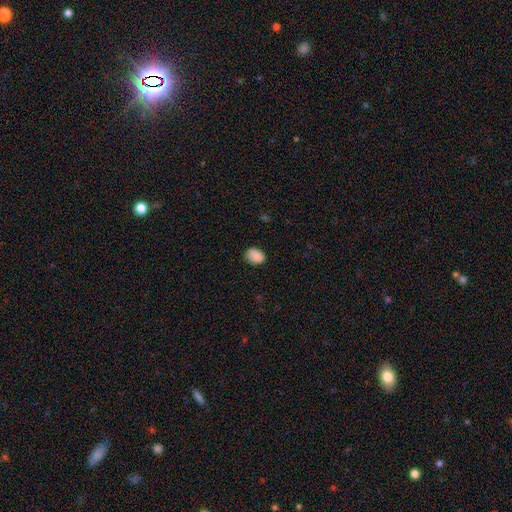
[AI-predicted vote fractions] The model was most divided on "how rounded": in between: 72%, round: 27%, cigar-shaped: 1%. More confident: smooth or featured — smooth (88%); merging — none (79%).